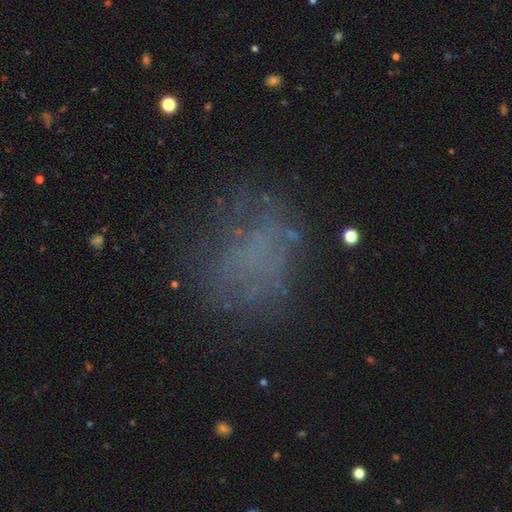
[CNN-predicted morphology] Smooth or featured? Predicted: smooth (p=0.41). Merging? Predicted: none (p=0.58).